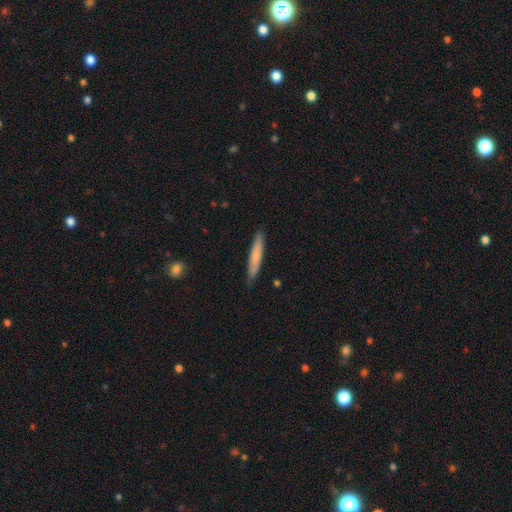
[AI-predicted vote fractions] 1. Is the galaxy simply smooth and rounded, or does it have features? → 69% smooth, 26% featured or disk, 5% star or artifact.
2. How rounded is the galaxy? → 94% cigar-shaped, 5% in between, 1% round.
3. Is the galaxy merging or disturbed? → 86% none, 11% minor disturbance, 2% major disturbance, 1% merger.